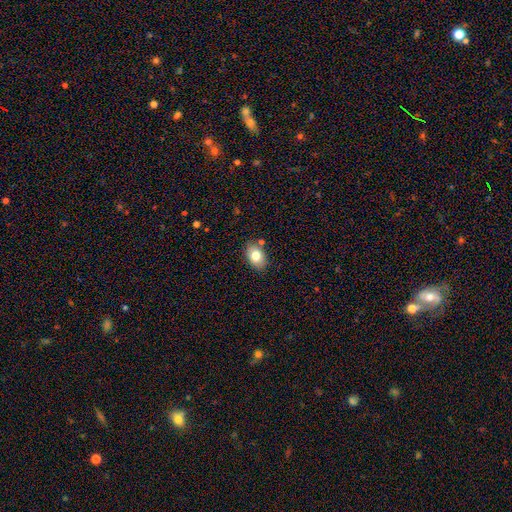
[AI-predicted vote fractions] This appears to be a smooth galaxy with no disk features (77%) that is in between round and cigar-shaped (83%). Merging: none (80%).